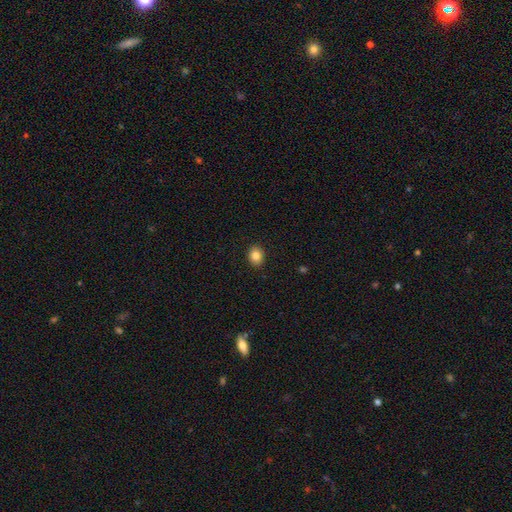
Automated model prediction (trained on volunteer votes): smooth-or-featured: smooth: 84% | star or artifact: 10% | featured or disk: 6%
  how-rounded: round: 51% | in between: 48% | cigar-shaped: 1%
  merging: none: 90% | minor disturbance: 7% | major disturbance: 2% | merger: 1%